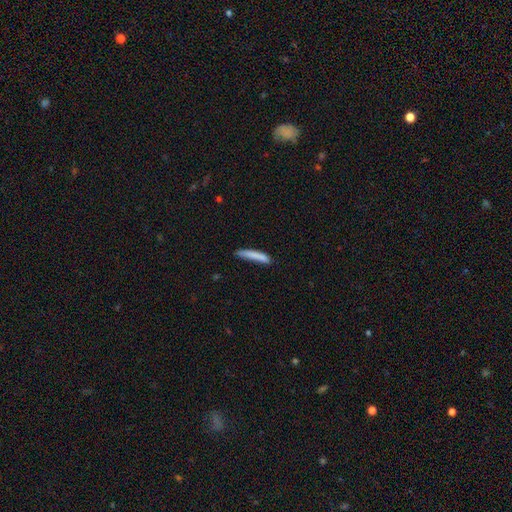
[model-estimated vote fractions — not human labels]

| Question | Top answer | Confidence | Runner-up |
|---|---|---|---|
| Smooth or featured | smooth | 82% | featured or disk (12%) |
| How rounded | cigar-shaped | 93% | in between (6%) |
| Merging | none | 71% | minor disturbance (22%) |